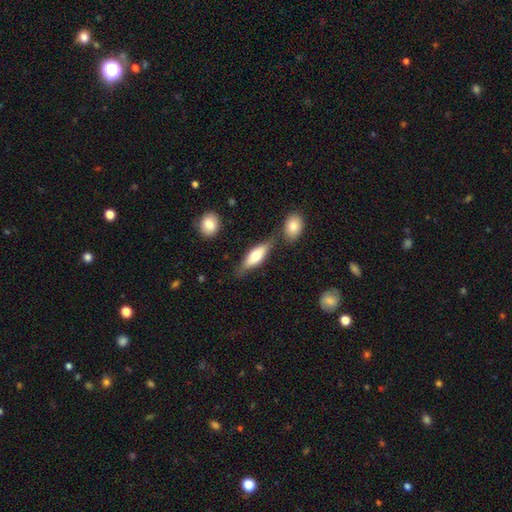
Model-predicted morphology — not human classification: This is possibly a smooth galaxy (54%). How rounded: possibly in between (50%). Merging: likely none (70%).